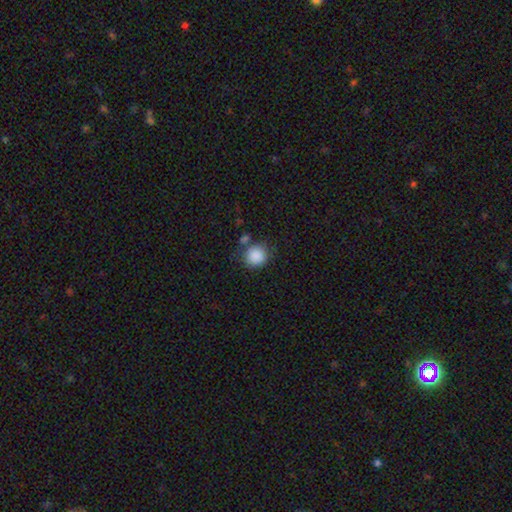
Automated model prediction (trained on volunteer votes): Smooth or featured?
  - smooth: 88% *
  - star or artifact: 9%
  - featured or disk: 4%
How rounded?
  - round: 88% *
  - in between: 11%
  - cigar-shaped: 1%
Merging?
  - none: 72% *
  - minor disturbance: 14%
  - merger: 9%
  - major disturbance: 5%